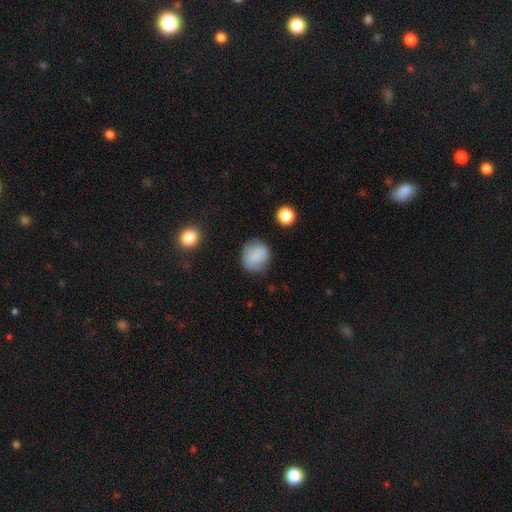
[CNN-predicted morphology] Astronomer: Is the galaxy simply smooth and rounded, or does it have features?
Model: smooth — 80%.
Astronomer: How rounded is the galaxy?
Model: round — 74%.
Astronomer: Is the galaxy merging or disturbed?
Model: none — 73%.